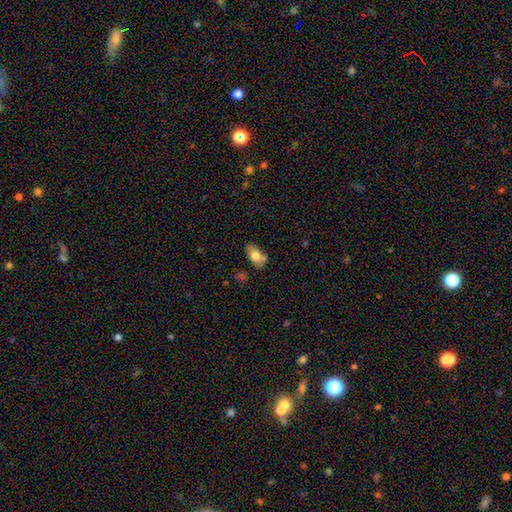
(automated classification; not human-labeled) Smooth or featured?
  - smooth: 77% *
  - featured or disk: 15%
  - star or artifact: 8%
How rounded?
  - in between: 90% *
  - round: 7%
  - cigar-shaped: 3%
Merging?
  - none: 63% *
  - minor disturbance: 20%
  - merger: 12%
  - major disturbance: 5%